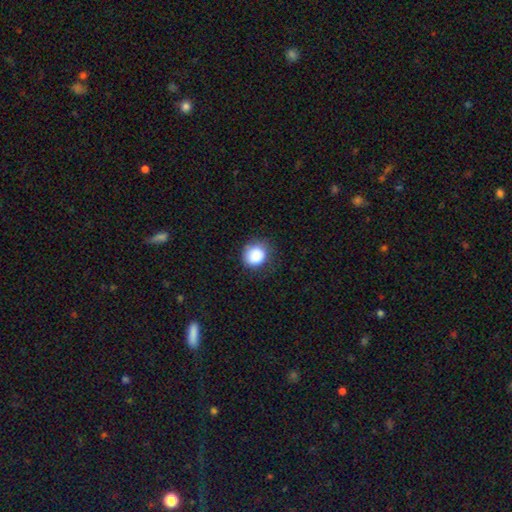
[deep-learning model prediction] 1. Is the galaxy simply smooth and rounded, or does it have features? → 87% smooth, 9% star or artifact, 5% featured or disk.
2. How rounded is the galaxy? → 77% round, 22% in between, 1% cigar-shaped.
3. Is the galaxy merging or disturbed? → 76% none, 17% minor disturbance, 5% major disturbance, 1% merger.